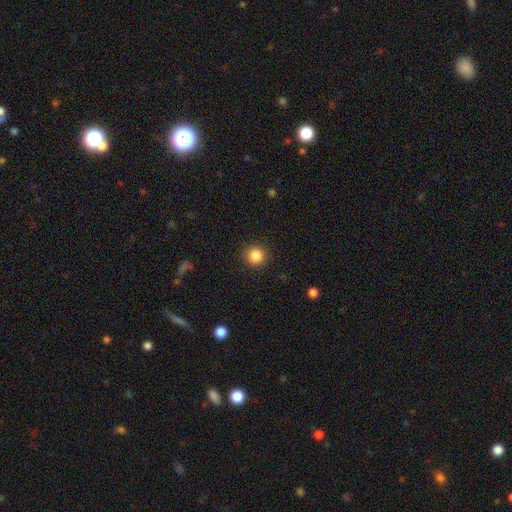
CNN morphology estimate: type=smooth (86%); roundness=round (94%); merging=none (91%).